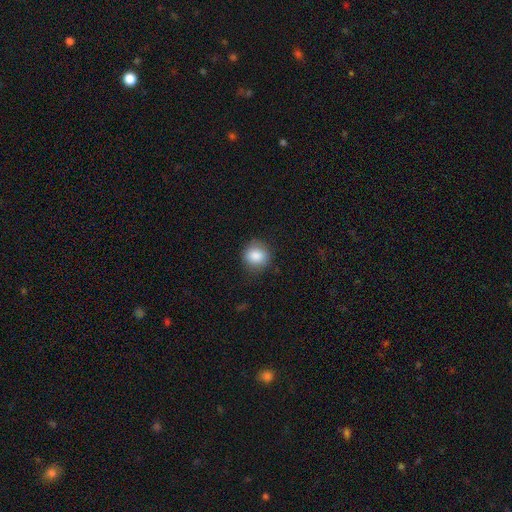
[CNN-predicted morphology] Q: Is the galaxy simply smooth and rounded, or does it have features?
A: smooth — 86%.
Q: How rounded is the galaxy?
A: round — 84%.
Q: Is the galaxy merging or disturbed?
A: none — 82%.